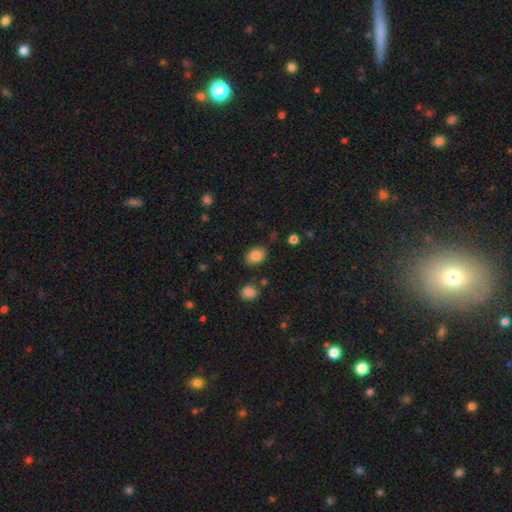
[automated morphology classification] A smooth galaxy with no disk features (84%) that is in between round and cigar-shaped (61%). Merging: none (78%).